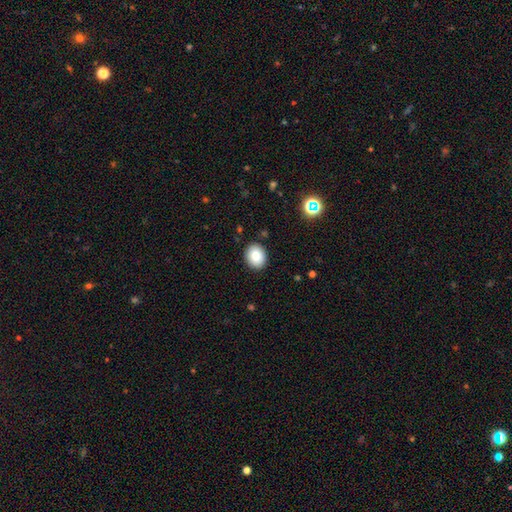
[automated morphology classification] Overall: smooth (85%). How rounded: round (51%; in between 48%). Merging: none (90%).